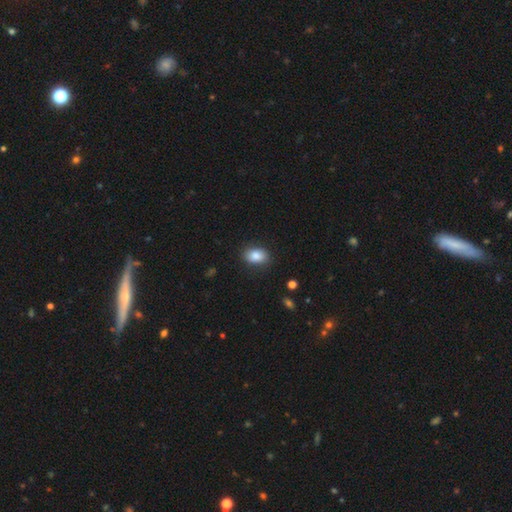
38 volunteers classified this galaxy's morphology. smooth-or-featured: smooth: 89% | star or artifact: 8% | featured or disk: 3%
  how-rounded: in between: 79% | round: 15% | cigar-shaped: 6%
  merging: none: 71% | minor disturbance: 23% | major disturbance: 3% | merger: 3%